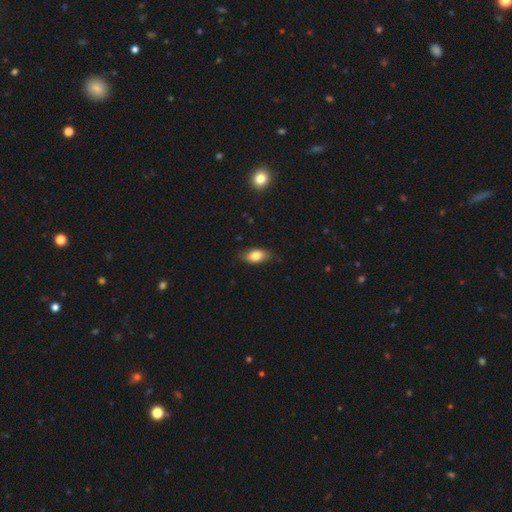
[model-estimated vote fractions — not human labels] A smooth galaxy with no disk features (79%) that is in between round and cigar-shaped (87%).

Vote fractions:
- Smooth or featured? smooth: 79% / featured or disk: 14% / star or artifact: 7%
- How rounded? in between: 87% / round: 7% / cigar-shaped: 6%
- Merging? none: 82% / minor disturbance: 15% / major disturbance: 3% / merger: 1%